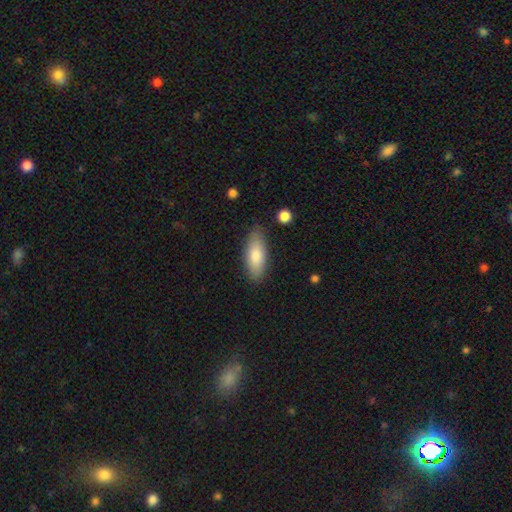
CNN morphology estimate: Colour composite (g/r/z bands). It shows a smooth galaxy with no disk features (81%) that is in between round and cigar-shaped (71%). Merging: none (84%).